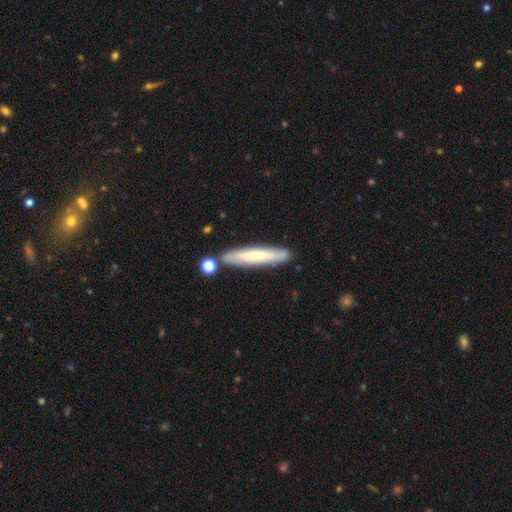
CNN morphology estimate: A smooth galaxy with no disk features (57%) that is cigar-shaped (91%). Merging: none (79%).